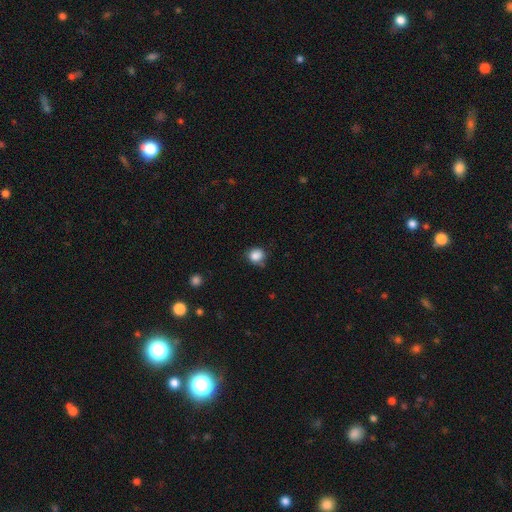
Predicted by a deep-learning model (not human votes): Smooth or featured? Predicted: smooth (p=0.85). How rounded? Predicted: round (p=0.78). Merging? Predicted: none (p=0.69).